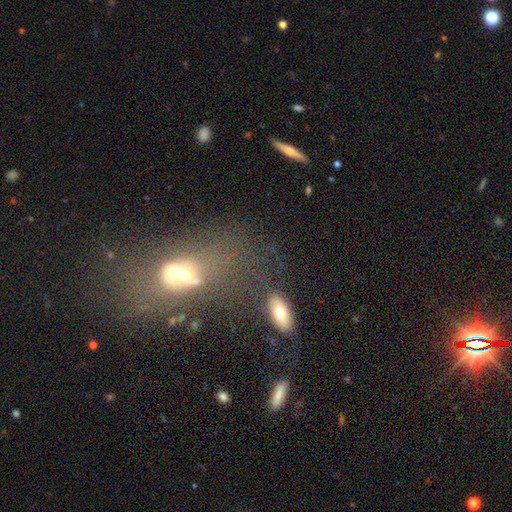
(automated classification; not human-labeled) Overall: smooth (41%; featured or disk 31%). Merging: none (39%; merger 24%).